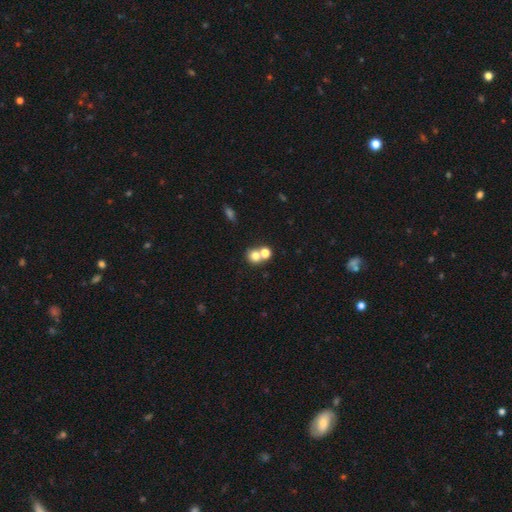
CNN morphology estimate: smooth_or_featured: smooth (p=0.73) [alt: star or artifact p=0.14]
how_rounded: round (p=0.80) [alt: in between p=0.19]
merging: merger (p=0.49) [alt: none p=0.42]